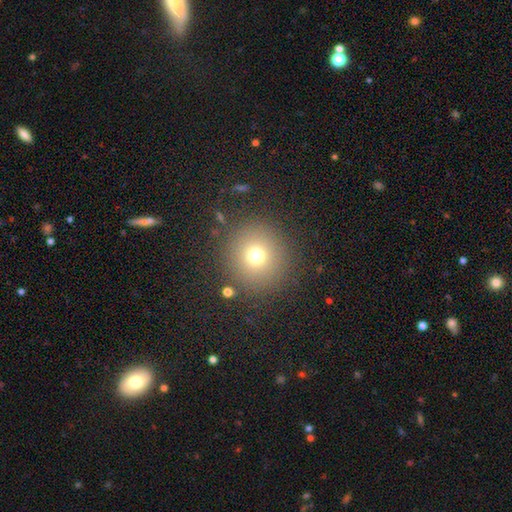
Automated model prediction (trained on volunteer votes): Morphology: type=smooth (72%); roundness=round (94%); merging=none (87%).